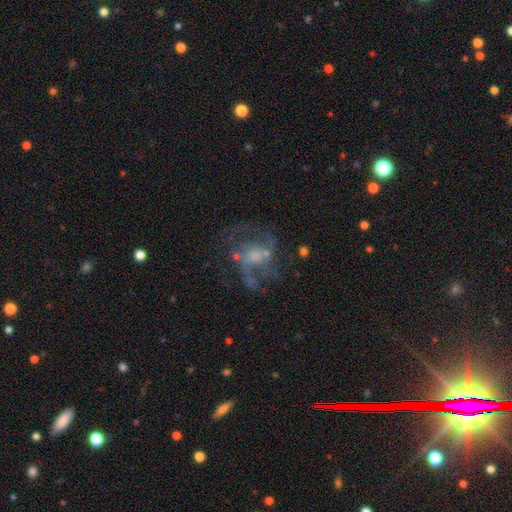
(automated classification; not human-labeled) Smooth or featured: featured or disk — 79% (star or artifact — 11%)
Edge-on disk: no — 98% (yes — 2%)
Bar: no — 55% (weak — 37%)
Spiral arms: yes — 87% (no — 13%)
Spiral winding: medium — 47% (loose — 43%)
Spiral arm count: 2 — 64% (can't tell — 12%)
Bulge size: moderate — 36% (small — 33%)
Merging: none — 56% (major disturbance — 23%)